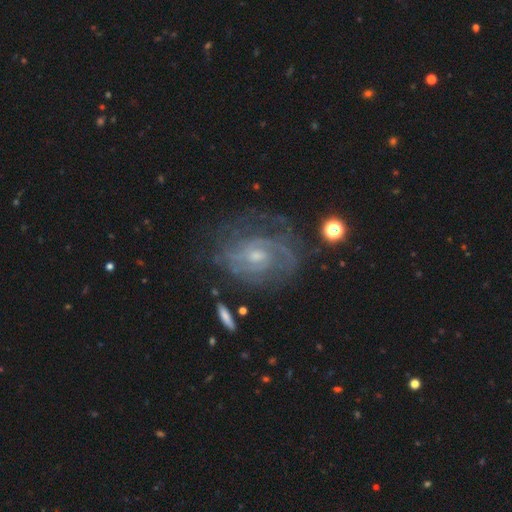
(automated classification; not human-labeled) Smooth or featured? Predicted: featured or disk (p=0.84). Edge-on disk? Predicted: no (p=0.97). Bar? Predicted: no (p=0.53). Spiral arms? Predicted: yes (p=0.92). Spiral winding? Predicted: tight (p=0.56). Spiral arm count? Predicted: can't tell (p=0.38). Bulge size? Predicted: small (p=0.56). Merging? Predicted: none (p=0.62).